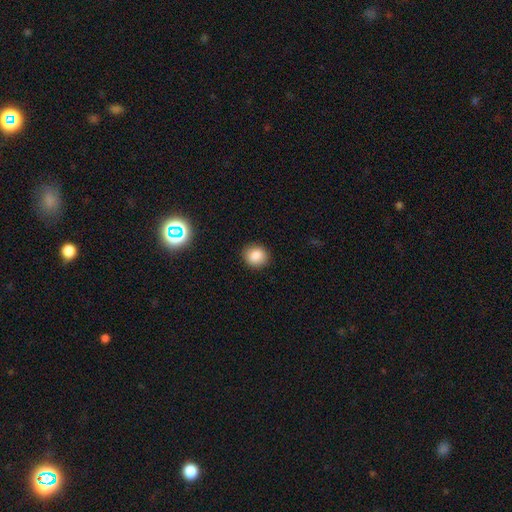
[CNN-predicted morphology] Smooth or featured: smooth — 85% (star or artifact — 10%)
How rounded: round — 82% (in between — 17%)
Merging: none — 89% (minor disturbance — 8%)